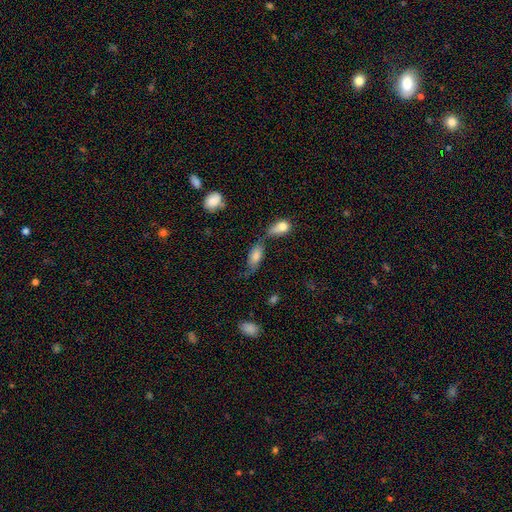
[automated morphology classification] Smooth or featured: smooth — 61% (featured or disk — 29%)
How rounded: in between — 85% (cigar-shaped — 11%)
Merging: none — 38% (merger — 26%)